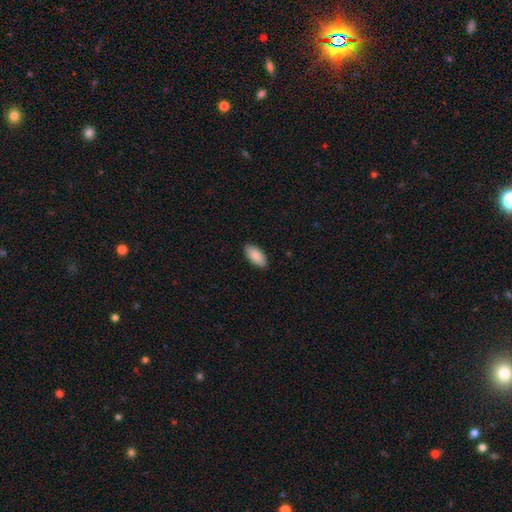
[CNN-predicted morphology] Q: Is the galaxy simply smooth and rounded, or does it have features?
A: smooth — 90%.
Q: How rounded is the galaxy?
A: in between — 92%.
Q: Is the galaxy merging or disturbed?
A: none — 89%.